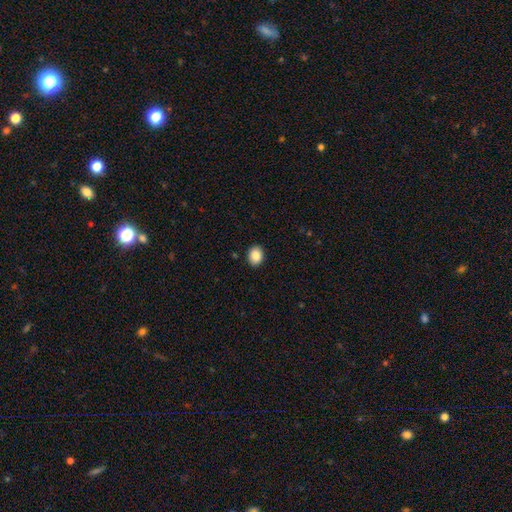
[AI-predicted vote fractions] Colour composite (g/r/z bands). It shows a smooth galaxy with no disk features (88%) that is in between round and cigar-shaped (52%). Merging: none (91%).